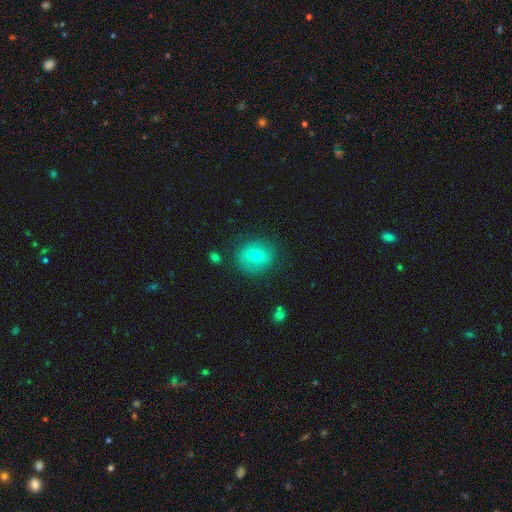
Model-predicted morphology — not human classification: Q: Smooth or featured?
A: smooth (62%); runner-up: featured or disk (27%)
Q: How rounded?
A: round (76%); runner-up: in between (23%)
Q: Merging?
A: none (83%); runner-up: minor disturbance (12%)